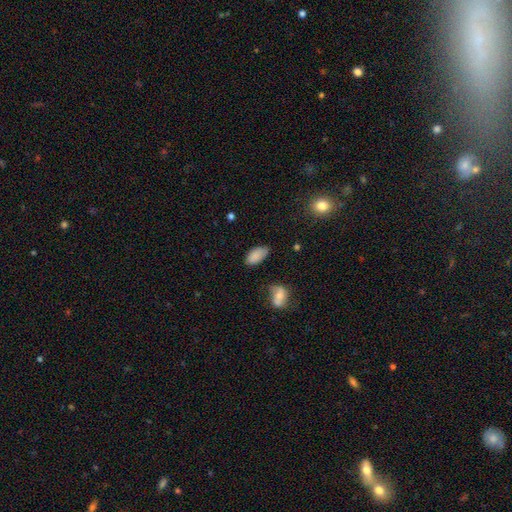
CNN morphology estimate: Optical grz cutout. It shows a smooth galaxy with no disk features (85%) that is in between round and cigar-shaped (94%). Merging: none (68%).